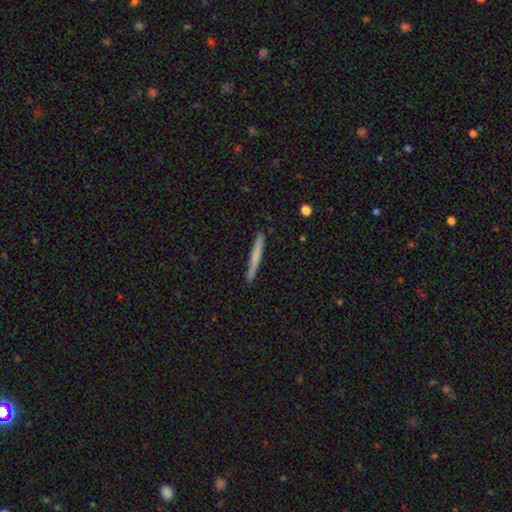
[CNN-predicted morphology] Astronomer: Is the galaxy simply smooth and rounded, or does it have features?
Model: smooth — 64%.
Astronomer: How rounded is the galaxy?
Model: cigar-shaped — 97%.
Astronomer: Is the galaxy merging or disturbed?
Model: none — 90%.